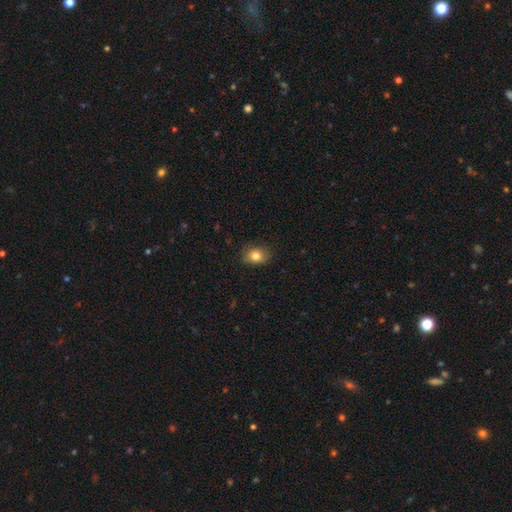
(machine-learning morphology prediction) smooth_or_featured: smooth (p=0.81) [alt: star or artifact p=0.10]
how_rounded: in between (p=0.58) [alt: round p=0.41]
merging: none (p=0.81) [alt: minor disturbance p=0.15]